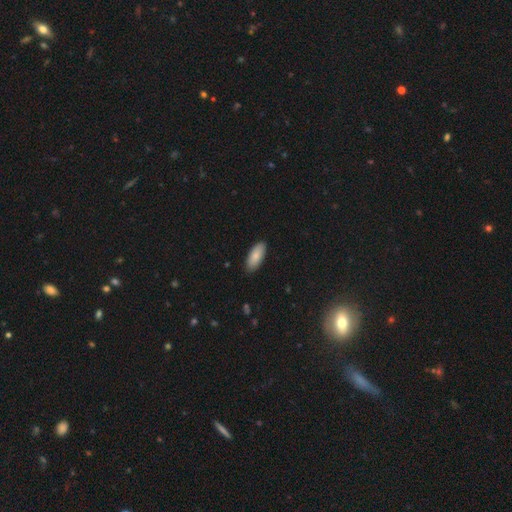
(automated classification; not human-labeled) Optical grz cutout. It shows a smooth galaxy with no disk features (85%) that is in between round and cigar-shaped (86%). Merging: none (88%).